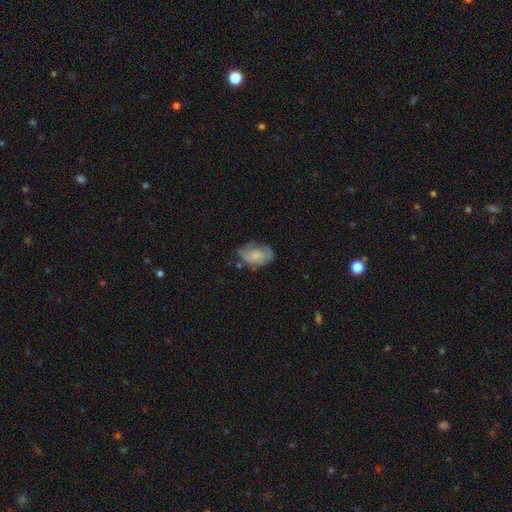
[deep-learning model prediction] smooth 49%, featured or disk 44%, star or artifact 7%. Down the decision tree: merging — none (54%).